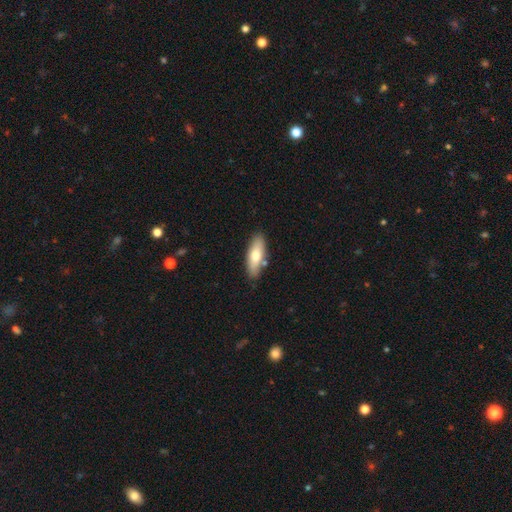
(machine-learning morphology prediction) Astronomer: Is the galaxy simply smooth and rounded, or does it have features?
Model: smooth — 72%.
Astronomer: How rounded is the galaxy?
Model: in between — 63%.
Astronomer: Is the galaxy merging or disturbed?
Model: none — 82%.